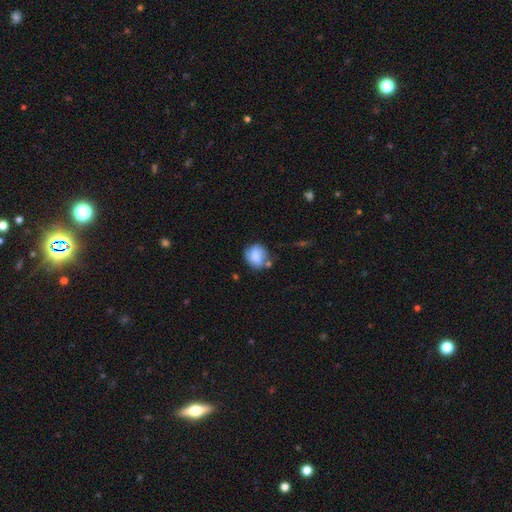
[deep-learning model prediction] Q: Smooth or featured?
A: smooth (70%); runner-up: featured or disk (22%)
Q: How rounded?
A: round (66%); runner-up: in between (33%)
Q: Merging?
A: none (57%); runner-up: minor disturbance (25%)